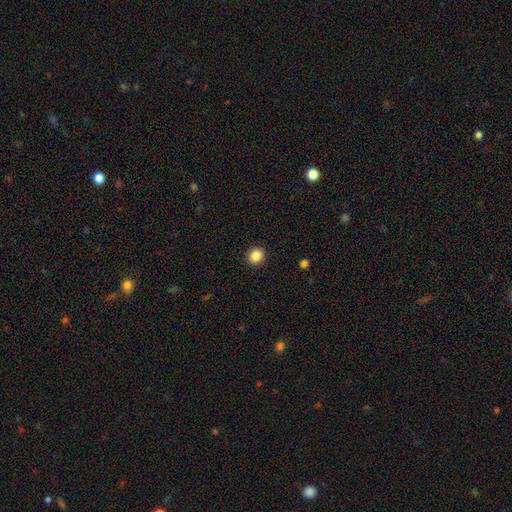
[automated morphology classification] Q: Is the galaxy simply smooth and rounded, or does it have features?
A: smooth — 86%.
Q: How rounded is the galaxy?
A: round — 89%.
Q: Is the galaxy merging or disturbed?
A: none — 93%.